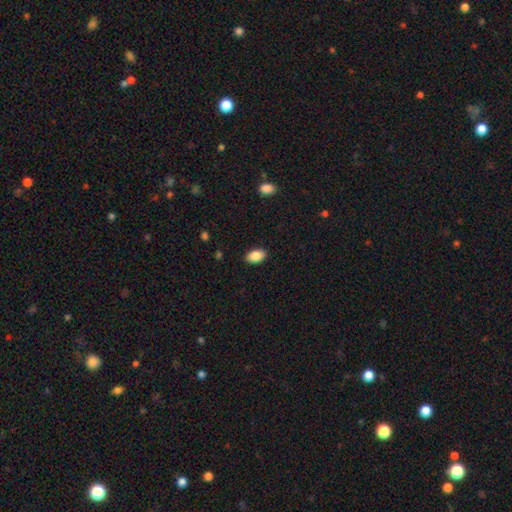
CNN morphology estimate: smooth-or-featured: smooth: 87% | star or artifact: 7% | featured or disk: 6%
  how-rounded: in between: 93% | round: 6% | cigar-shaped: 2%
  merging: none: 89% | minor disturbance: 9% | major disturbance: 2% | merger: 1%